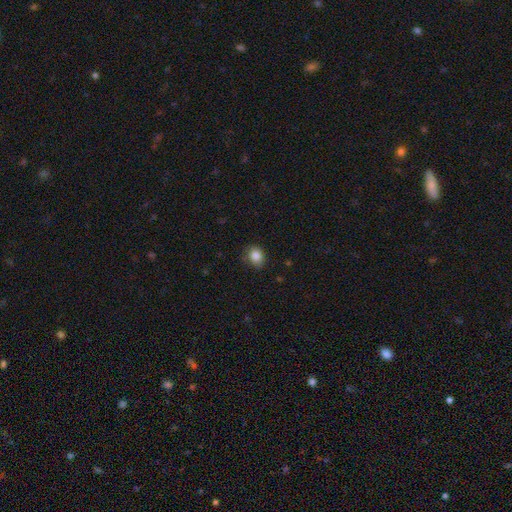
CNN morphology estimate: This appears to be a smooth galaxy with no disk features (86%) that is round (53%). Merging: none (78%).